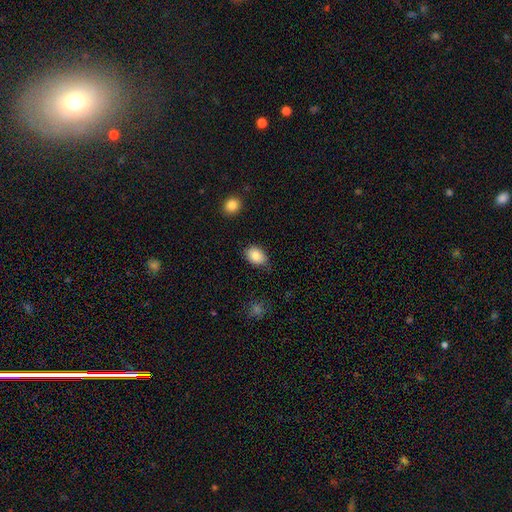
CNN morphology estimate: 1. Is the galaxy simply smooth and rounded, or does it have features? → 86% smooth, 8% star or artifact, 6% featured or disk.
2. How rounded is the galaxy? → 80% in between, 19% round, 1% cigar-shaped.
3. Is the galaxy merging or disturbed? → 79% none, 16% minor disturbance, 3% major disturbance, 2% merger.